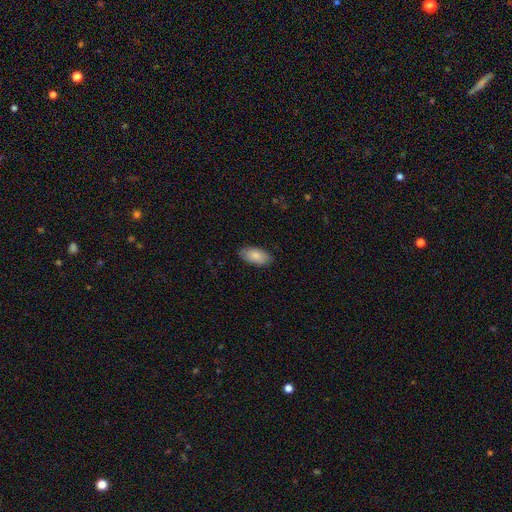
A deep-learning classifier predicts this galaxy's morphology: Overall: smooth (84%). How rounded: in between (93%). Merging: none (86%).